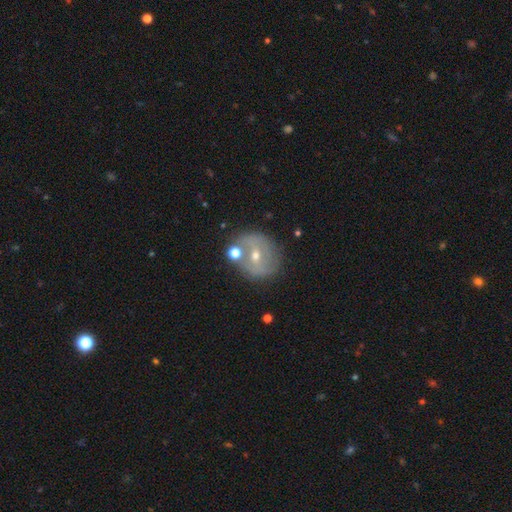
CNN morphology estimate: The model was most divided on "spiral arms" (2-way tie): no: 50%, yes: 50%. Remaining: edge-on disk — no (95%); merging — none (72%); smooth or featured — featured or disk (61%); bulge size — small (54%); bar — weak (41%).